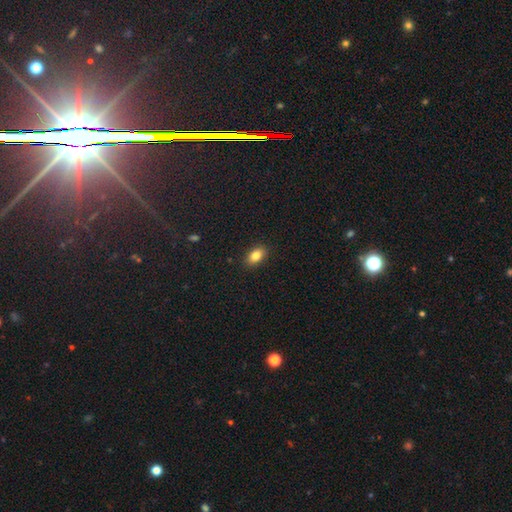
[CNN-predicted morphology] Overall: smooth (84%). How rounded: in between (87%). Merging: none (88%).